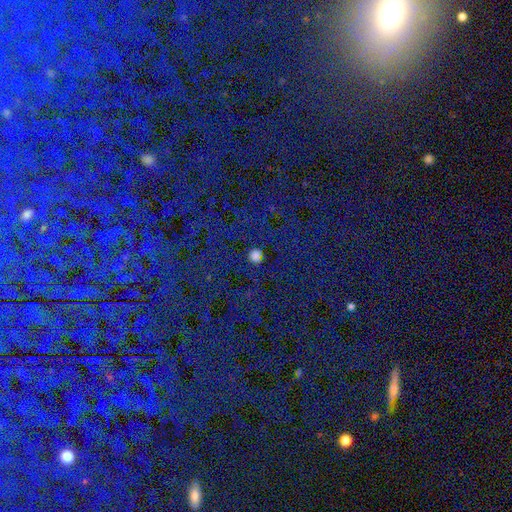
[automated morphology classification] This appears to be a smooth galaxy with no disk features (52%) that is round (87%). Merging: none (80%).